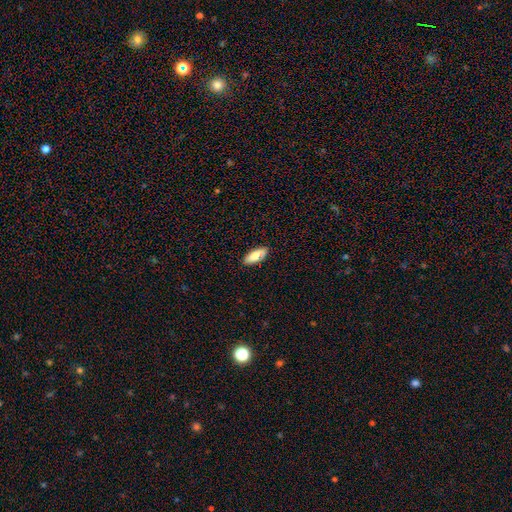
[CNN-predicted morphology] A smooth galaxy with no disk features (83%) that is in between round and cigar-shaped (76%).

Vote fractions:
- Smooth or featured? smooth: 83% / featured or disk: 11% / star or artifact: 6%
- How rounded? in between: 76% / cigar-shaped: 22% / round: 2%
- Merging? none: 89% / minor disturbance: 8% / major disturbance: 2% / merger: 1%